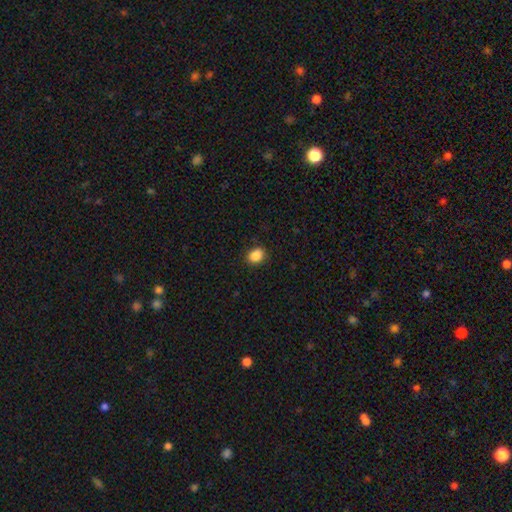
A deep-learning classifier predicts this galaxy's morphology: Smooth or featured?
  - smooth: 88% *
  - star or artifact: 9%
  - featured or disk: 3%
How rounded?
  - in between: 54% *
  - round: 45%
  - cigar-shaped: 1%
Merging?
  - none: 88% *
  - minor disturbance: 9%
  - major disturbance: 2%
  - merger: 1%